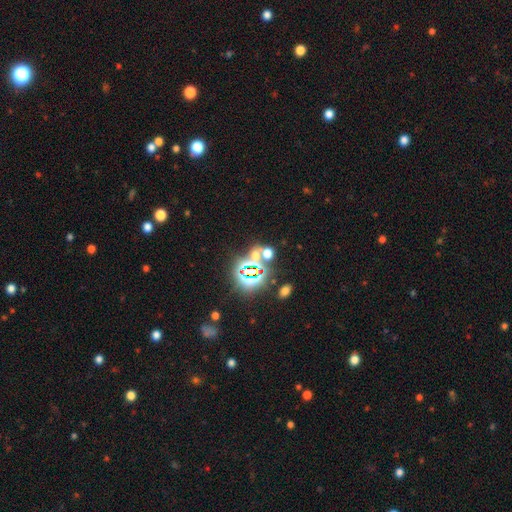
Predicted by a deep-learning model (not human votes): star or artifact 58%, smooth 32%, featured or disk 10%.